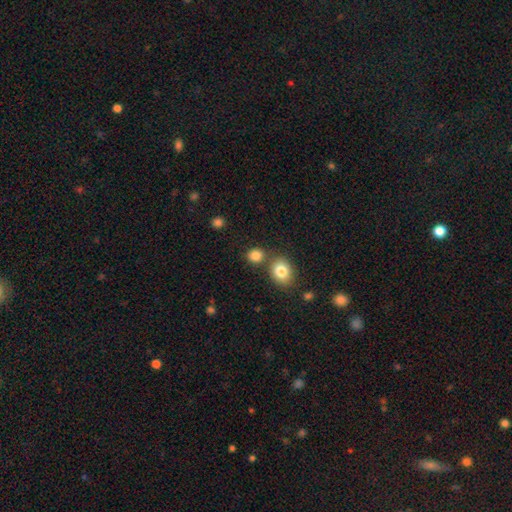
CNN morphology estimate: smooth 84%, star or artifact 10%, featured or disk 6%. Down the decision tree: how rounded — round (72%); merging — none (68%).